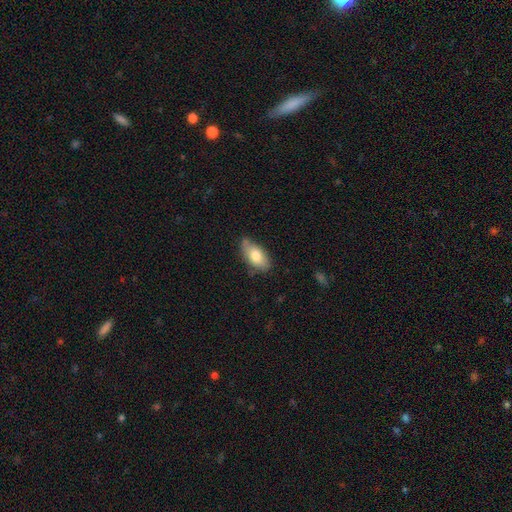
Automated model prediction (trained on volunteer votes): smooth-or-featured: smooth: 76% | featured or disk: 18% | star or artifact: 6%
  how-rounded: in between: 91% | cigar-shaped: 5% | round: 4%
  merging: none: 65% | minor disturbance: 27% | major disturbance: 5% | merger: 3%